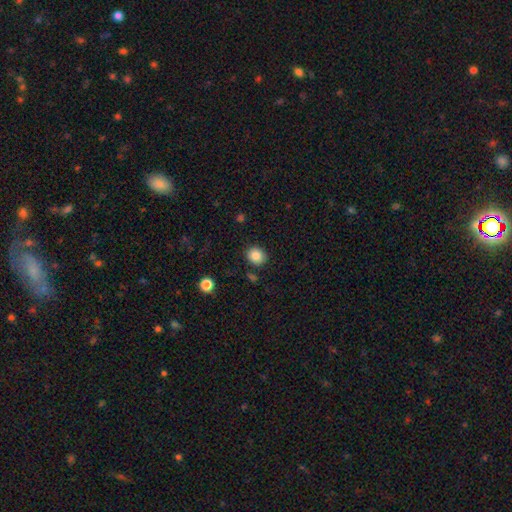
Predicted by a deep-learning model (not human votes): smooth-or-featured: smooth: 86% | star or artifact: 10% | featured or disk: 5%
  how-rounded: round: 74% | in between: 25% | cigar-shaped: 1%
  merging: none: 86% | minor disturbance: 8% | merger: 3% | major disturbance: 3%